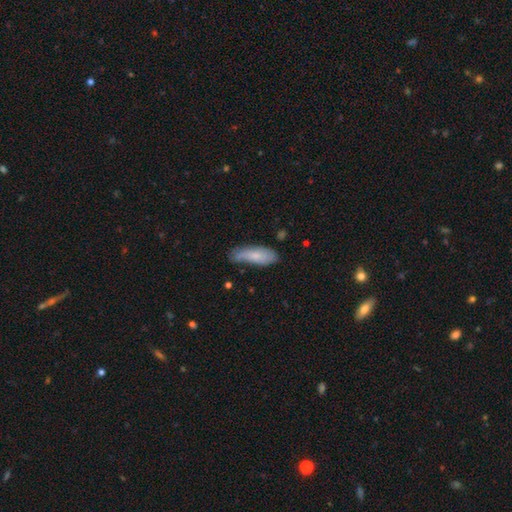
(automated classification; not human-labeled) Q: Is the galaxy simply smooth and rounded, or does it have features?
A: smooth — 70%.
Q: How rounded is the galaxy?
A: in between — 63%.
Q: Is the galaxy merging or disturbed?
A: none — 55%.